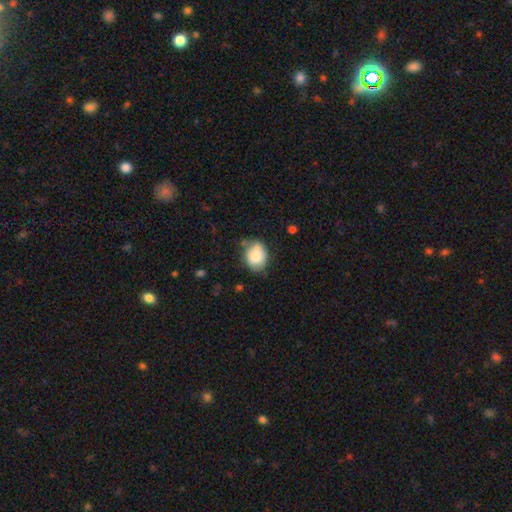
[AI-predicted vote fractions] Smooth or featured?
  - smooth: 80% *
  - featured or disk: 12%
  - star or artifact: 8%
How rounded?
  - in between: 50% *
  - round: 49%
  - cigar-shaped: 1%
Merging?
  - none: 63% *
  - minor disturbance: 25%
  - major disturbance: 6%
  - merger: 6%